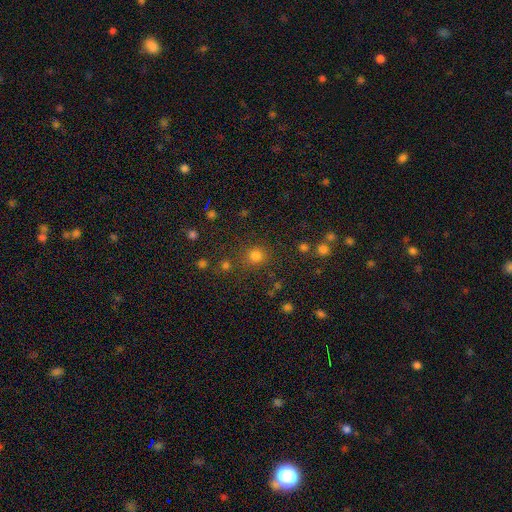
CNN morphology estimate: Smooth or featured?
  - smooth: 77% *
  - star or artifact: 18%
  - featured or disk: 5%
How rounded?
  - round: 88% *
  - in between: 11%
  - cigar-shaped: 1%
Merging?
  - none: 76% *
  - minor disturbance: 10%
  - merger: 9%
  - major disturbance: 5%